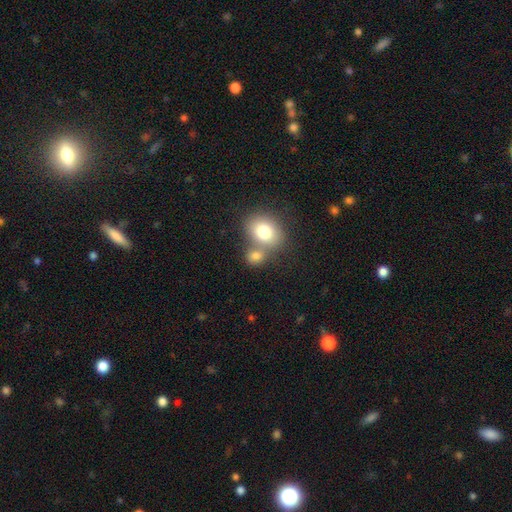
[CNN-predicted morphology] The model was most divided on "merging": none: 45%, merger: 43%, minor disturbance: 9%, major disturbance: 4%. More confident: smooth or featured — smooth (78%); how rounded — round (55%).